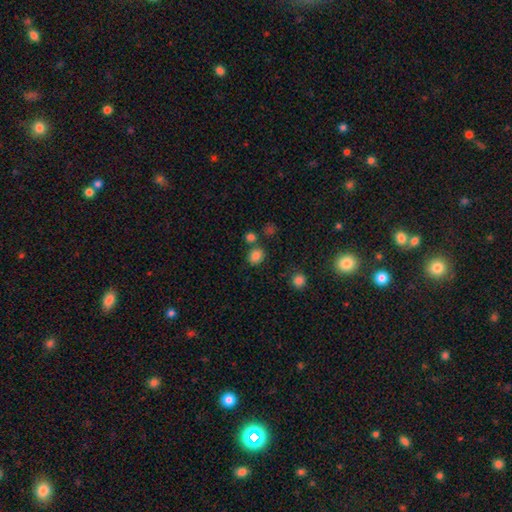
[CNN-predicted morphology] The model was most divided on "how rounded": round: 63%, in between: 36%, cigar-shaped: 1%. More confident: smooth or featured — smooth (82%); merging — none (73%).